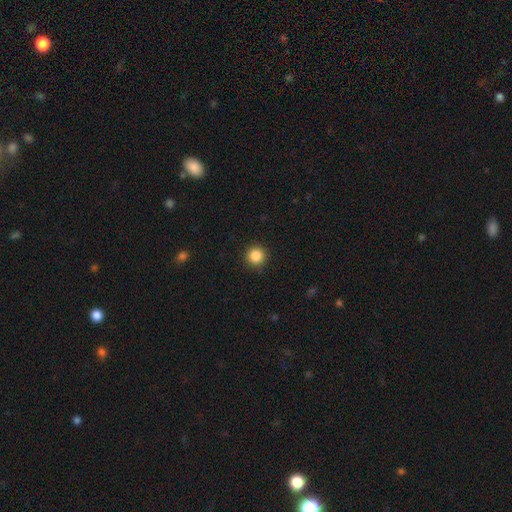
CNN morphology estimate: type=smooth (86%); roundness=round (95%); merging=none (91%).